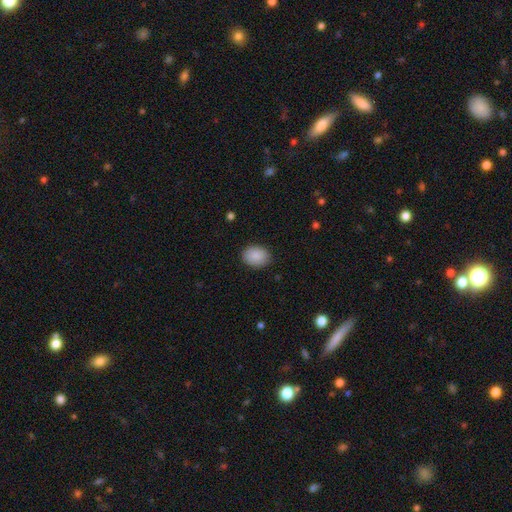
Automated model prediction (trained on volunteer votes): smooth-or-featured: smooth: 88% | star or artifact: 7% | featured or disk: 5%
  how-rounded: in between: 60% | round: 39% | cigar-shaped: 1%
  merging: none: 87% | minor disturbance: 9% | major disturbance: 2% | merger: 1%